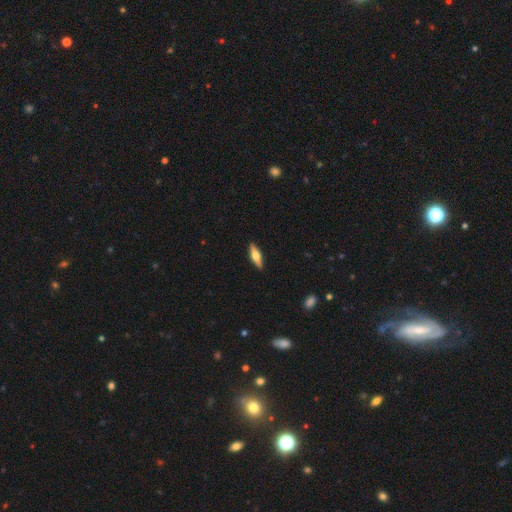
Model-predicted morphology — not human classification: A featured or disk galaxy (52%) viewed edge-on (94%). Merging: none (90%).